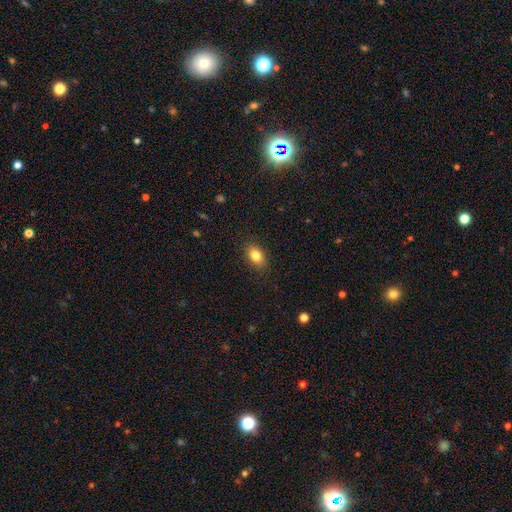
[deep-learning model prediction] This is clearly a smooth galaxy (83%). How rounded: clearly in between (83%). Merging: clearly none (86%).